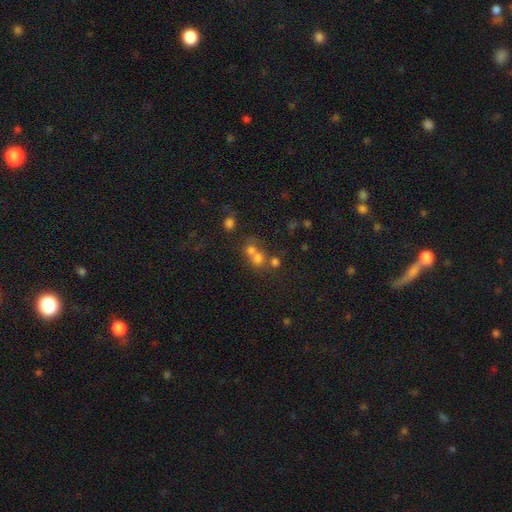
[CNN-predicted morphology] Overall: smooth (65%). How rounded: round (79%). Merging: merger (55%; none 35%).